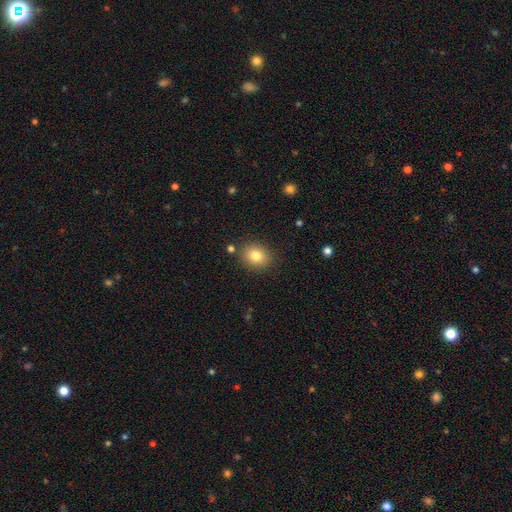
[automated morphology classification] This appears to be a smooth galaxy with no disk features (81%) that is round (62%). Merging: none (85%).